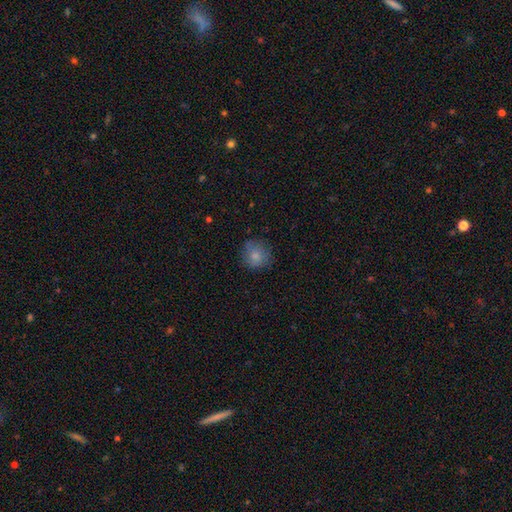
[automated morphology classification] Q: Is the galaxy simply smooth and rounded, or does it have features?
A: smooth — 82%.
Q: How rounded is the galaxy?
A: round — 89%.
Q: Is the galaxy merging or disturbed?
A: none — 80%.